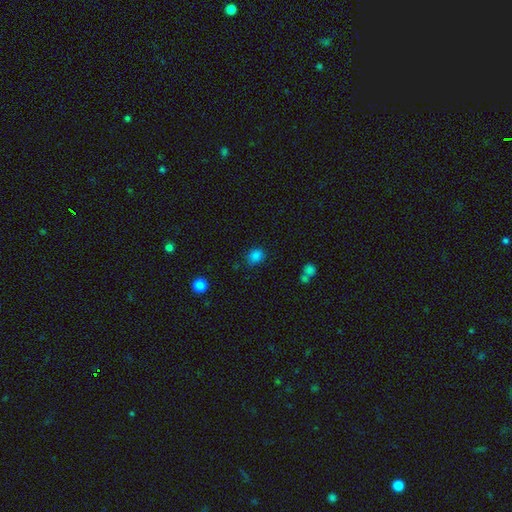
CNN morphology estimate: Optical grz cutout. It shows a smooth galaxy with no disk features (82%) that is round (57%). Merging: none (77%).